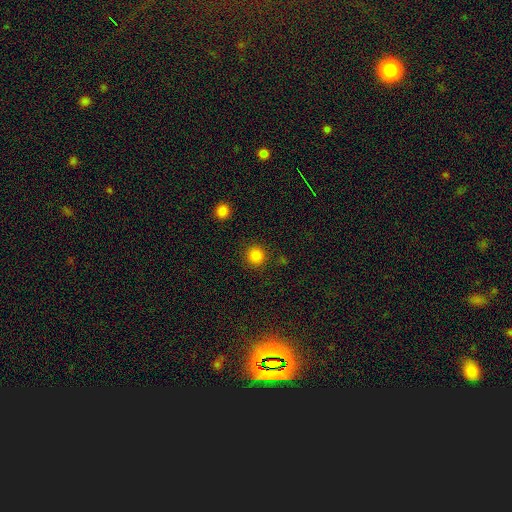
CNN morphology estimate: type=smooth (84%); roundness=round (94%); merging=none (90%).